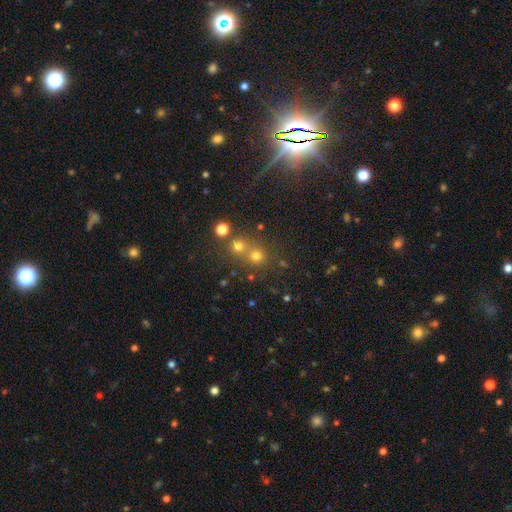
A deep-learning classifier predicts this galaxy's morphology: Smooth or featured? star or artifact (59%)